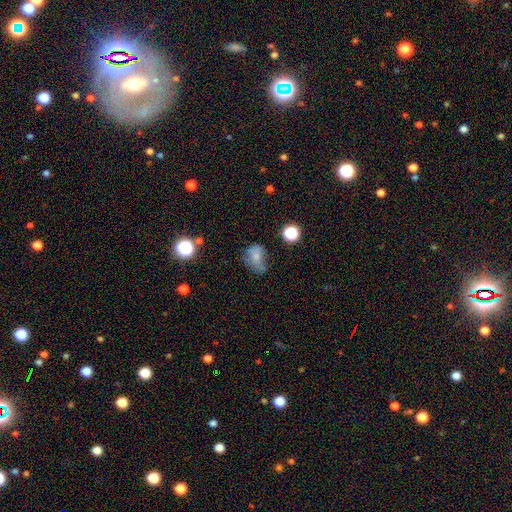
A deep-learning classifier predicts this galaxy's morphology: A smooth galaxy with no disk features (68%) that is in between round and cigar-shaped (66%).

Vote fractions:
- Smooth or featured? smooth: 68% / featured or disk: 17% / star or artifact: 15%
- How rounded? in between: 66% / round: 32% / cigar-shaped: 1%
- Merging? none: 37% / minor disturbance: 35% / major disturbance: 23% / merger: 5%